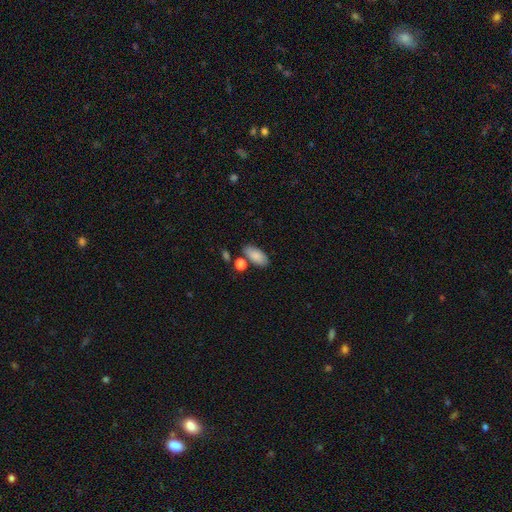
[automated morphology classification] Smooth or featured: smooth — 86% (star or artifact — 7%)
How rounded: in between — 91% (cigar-shaped — 6%)
Merging: none — 72% (minor disturbance — 13%)